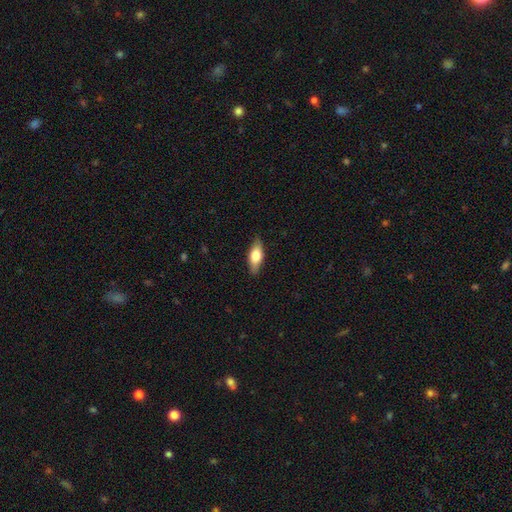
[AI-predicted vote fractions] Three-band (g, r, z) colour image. It shows a smooth galaxy with no disk features (66%) that is in between round and cigar-shaped (74%). Merging: none (86%).